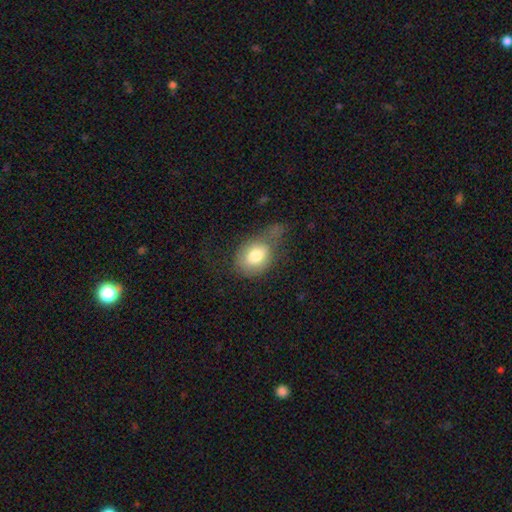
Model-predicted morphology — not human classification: Overall: smooth (76%). How rounded: in between (65%; round 34%). Merging: none (35%; minor disturbance 31%).